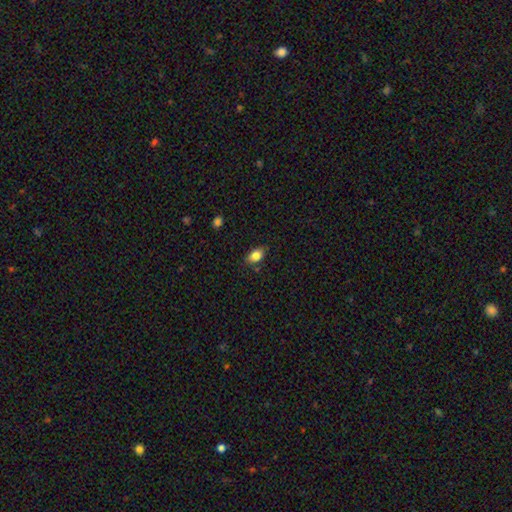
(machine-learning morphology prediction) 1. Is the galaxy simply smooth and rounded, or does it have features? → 83% smooth, 9% star or artifact, 8% featured or disk.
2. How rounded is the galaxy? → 85% in between, 12% round, 3% cigar-shaped.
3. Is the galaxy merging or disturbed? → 80% none, 15% minor disturbance, 3% major disturbance, 2% merger.